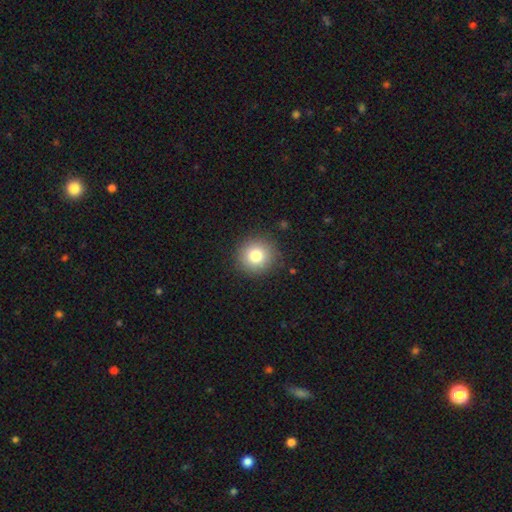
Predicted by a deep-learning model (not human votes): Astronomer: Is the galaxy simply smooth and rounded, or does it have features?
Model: smooth — 80%.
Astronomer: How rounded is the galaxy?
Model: round — 93%.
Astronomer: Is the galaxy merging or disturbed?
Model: none — 89%.